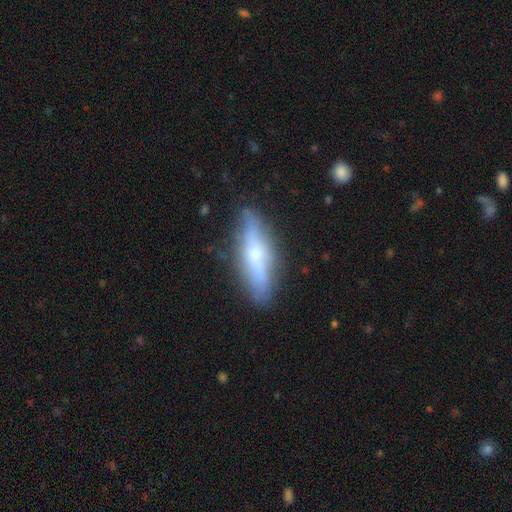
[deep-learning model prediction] Overall: featured or disk (55%; smooth 38%). Edge-on disk: yes (85%). Merging: none (81%).